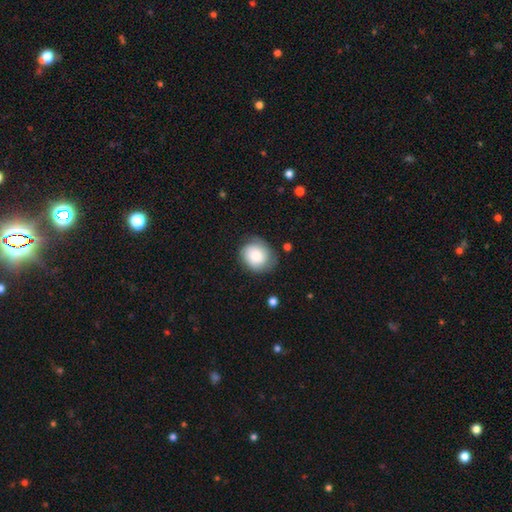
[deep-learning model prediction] smooth-or-featured: smooth: 76% | featured or disk: 17% | star or artifact: 7%
  how-rounded: round: 69% | in between: 30% | cigar-shaped: 1%
  merging: none: 72% | minor disturbance: 21% | major disturbance: 6% | merger: 2%